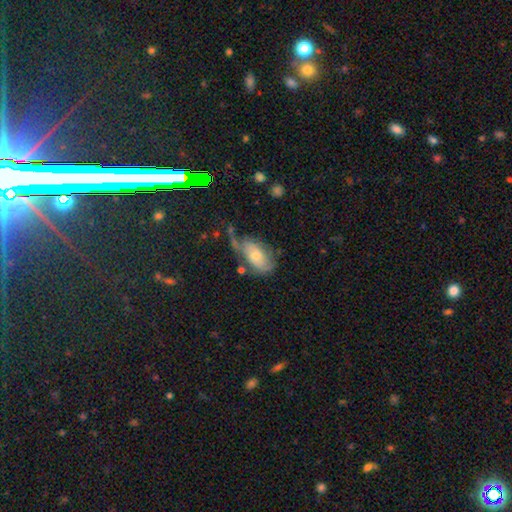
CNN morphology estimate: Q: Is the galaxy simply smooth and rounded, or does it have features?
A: smooth — 52%.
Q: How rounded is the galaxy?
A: in between — 91%.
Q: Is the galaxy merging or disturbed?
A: none — 40%.